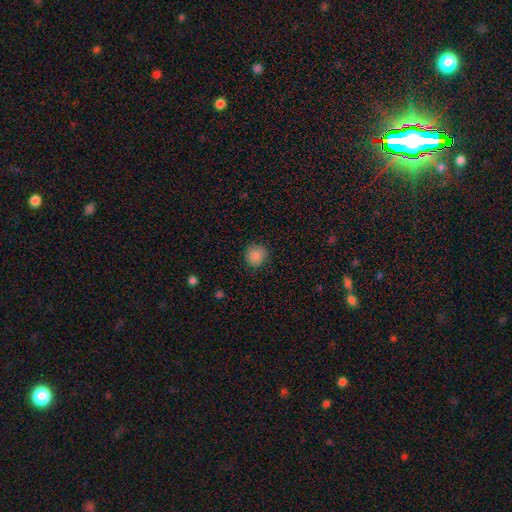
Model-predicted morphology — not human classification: This is clearly a smooth galaxy (87%). How rounded: clearly round (88%). Merging: clearly none (86%).